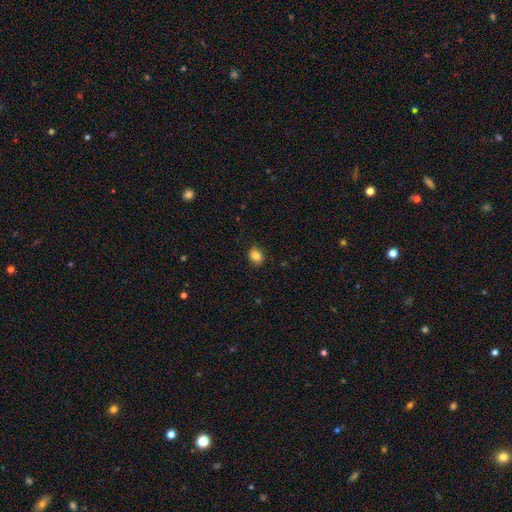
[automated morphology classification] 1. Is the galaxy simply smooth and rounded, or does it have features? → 84% smooth, 10% star or artifact, 6% featured or disk.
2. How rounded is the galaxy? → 52% in between, 47% round, 1% cigar-shaped.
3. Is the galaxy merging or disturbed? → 82% none, 14% minor disturbance, 3% major disturbance, 1% merger.